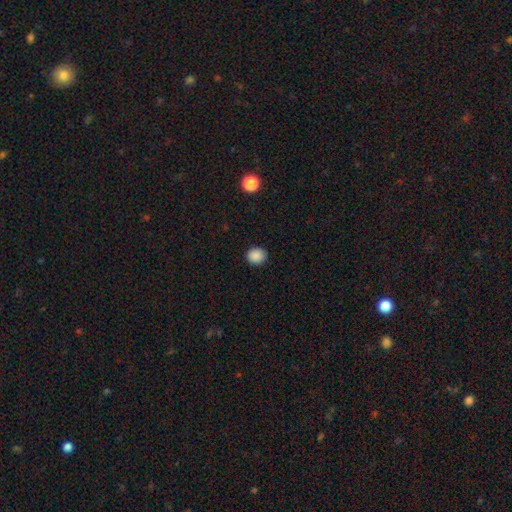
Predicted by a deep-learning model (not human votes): This appears to be a smooth galaxy with no disk features (88%) that is round (71%). Merging: none (88%).